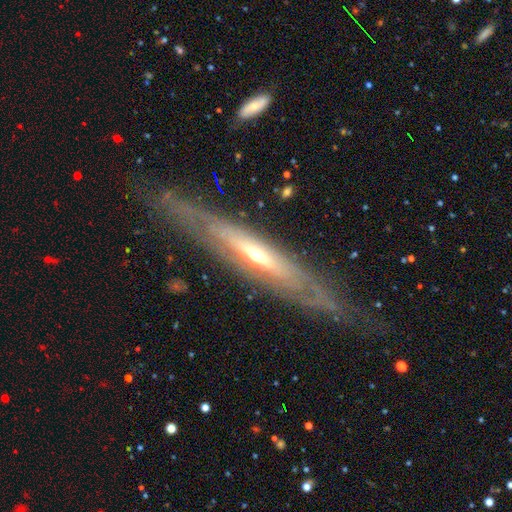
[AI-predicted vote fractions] This is clearly a featured or disk galaxy (82%). It is likely viewed edge-on (64%). Edge-on bulge: likely rounded (71%). Merging: likely none (74%).